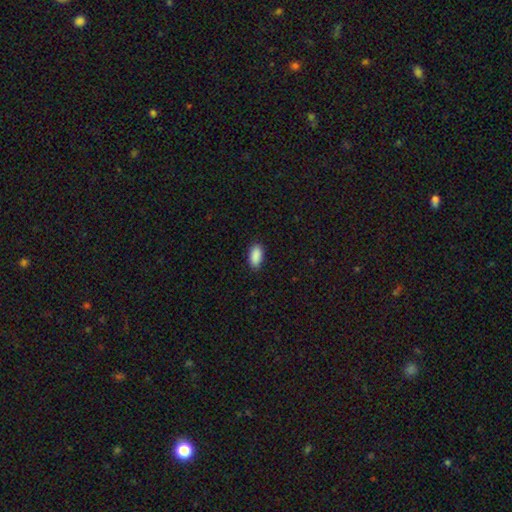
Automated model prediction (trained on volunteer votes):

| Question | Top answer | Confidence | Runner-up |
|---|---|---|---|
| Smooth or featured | smooth | 90% | star or artifact (7%) |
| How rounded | in between | 91% | cigar-shaped (6%) |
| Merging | none | 87% | minor disturbance (10%) |